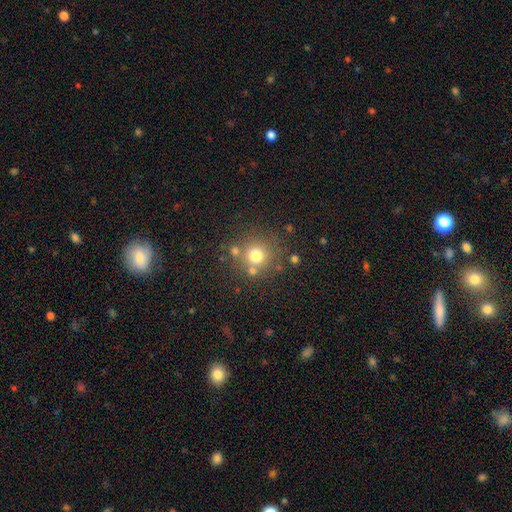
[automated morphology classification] A smooth galaxy with no disk features (72%) that is round (92%). Merging: none (73%).